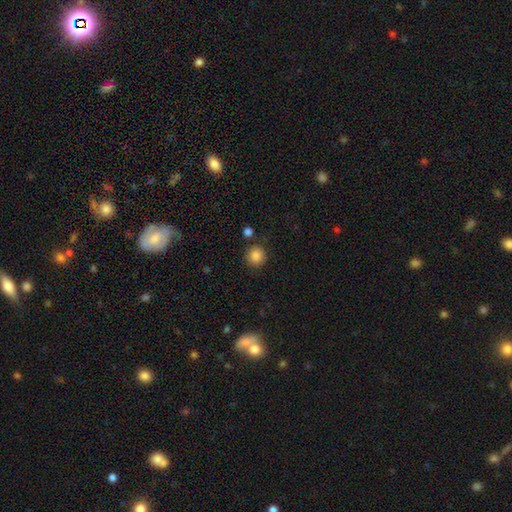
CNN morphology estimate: The model was most divided on "smooth or featured": smooth: 86%, star or artifact: 10%, featured or disk: 4%. More confident: how rounded — round (92%); merging — none (85%).